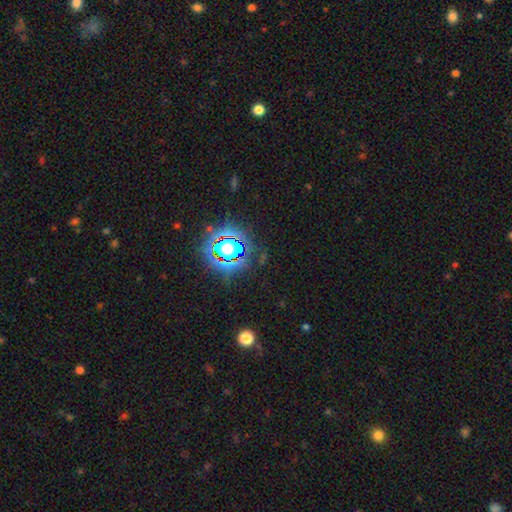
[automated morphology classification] Q: Smooth or featured?
A: star or artifact (80%); runner-up: smooth (12%)